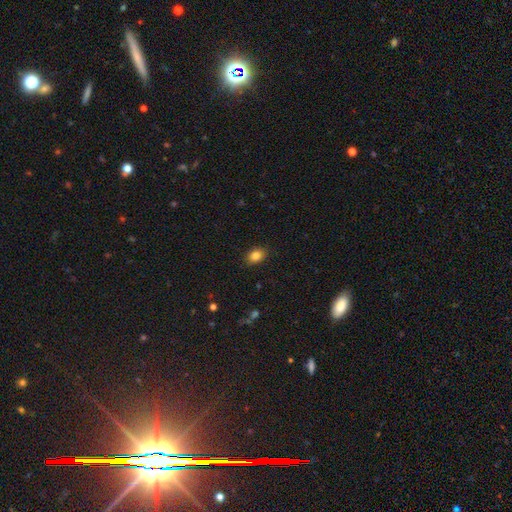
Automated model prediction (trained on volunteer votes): A smooth galaxy with no disk features (84%) that is in between round and cigar-shaped (73%).

Vote fractions:
- Smooth or featured? smooth: 84% / star or artifact: 10% / featured or disk: 7%
- How rounded? in between: 73% / round: 26% / cigar-shaped: 1%
- Merging? none: 87% / minor disturbance: 10% / major disturbance: 2% / merger: 1%